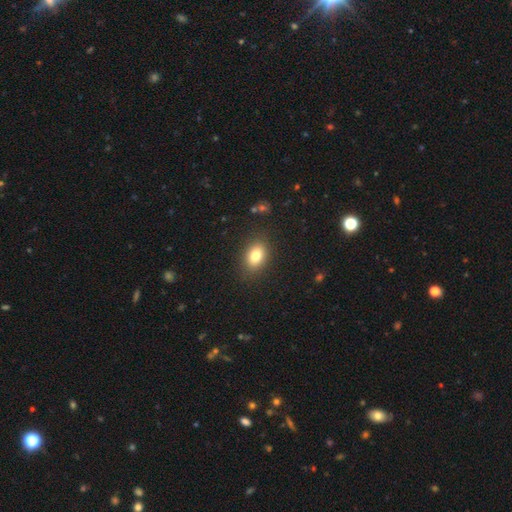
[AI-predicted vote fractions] smooth-or-featured: smooth: 80% | featured or disk: 10% | star or artifact: 10%
  how-rounded: in between: 76% | round: 22% | cigar-shaped: 2%
  merging: none: 86% | minor disturbance: 10% | major disturbance: 3% | merger: 1%